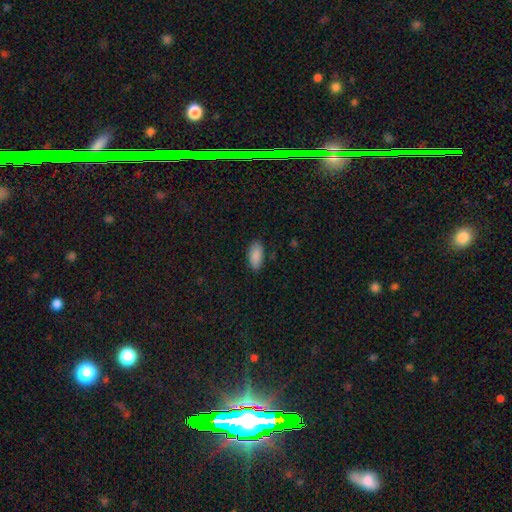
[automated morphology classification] Overall: smooth (89%). How rounded: in between (91%). Merging: none (82%).